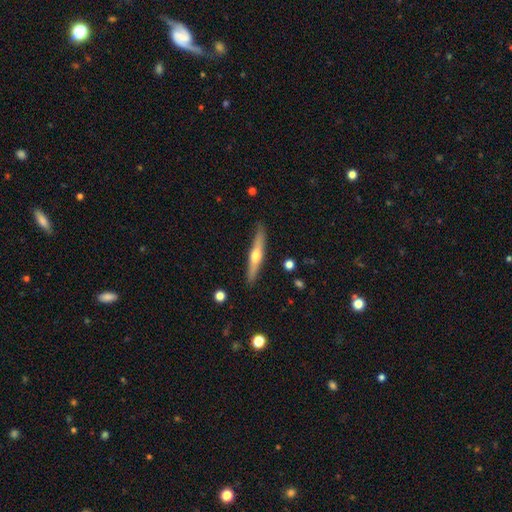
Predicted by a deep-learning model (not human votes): smooth_or_featured: featured or disk (p=0.59) [alt: smooth p=0.35]
disk_edge_on: yes (p=0.95) [alt: no p=0.05]
edge_on_bulge: rounded (p=0.91) [alt: none p=0.07]
merging: none (p=0.88) [alt: minor disturbance p=0.09]